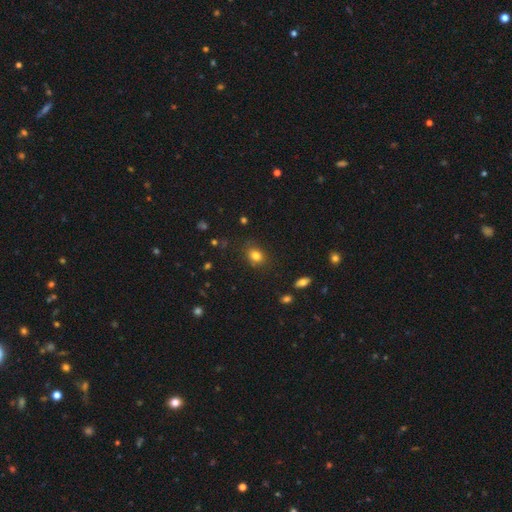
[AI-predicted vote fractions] Smooth or featured? Predicted: smooth (p=0.81). How rounded? Predicted: round (p=0.52). Merging? Predicted: none (p=0.81).